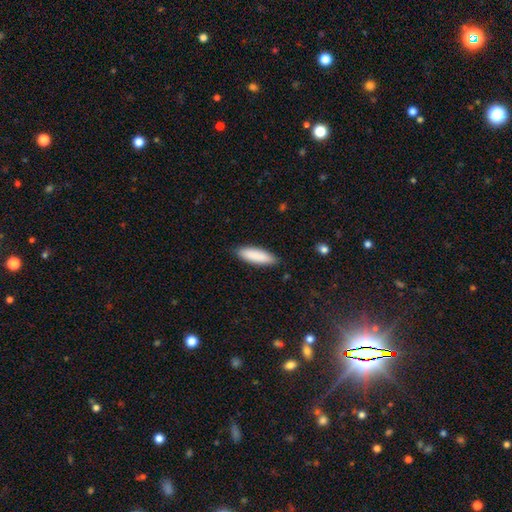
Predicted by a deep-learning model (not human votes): A smooth galaxy with no disk features (89%) that is in between round and cigar-shaped (52%).

Vote fractions:
- Smooth or featured? smooth: 89% / featured or disk: 6% / star or artifact: 6%
- How rounded? in between: 52% / cigar-shaped: 47% / round: 1%
- Merging? none: 87% / minor disturbance: 10% / major disturbance: 2% / merger: 1%